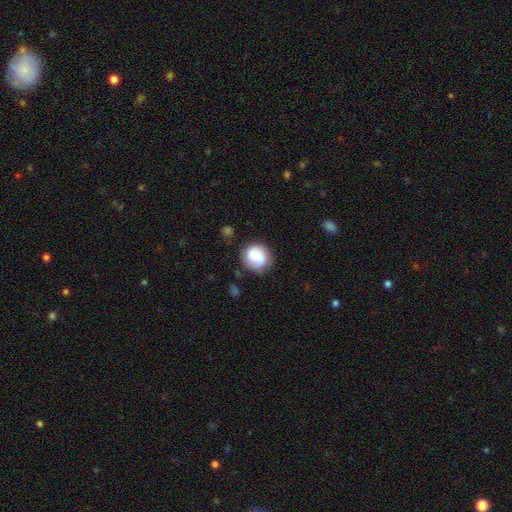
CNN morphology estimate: smooth 65%, featured or disk 27%, star or artifact 8%. Down the decision tree: how rounded — round (88%); merging — none (76%).